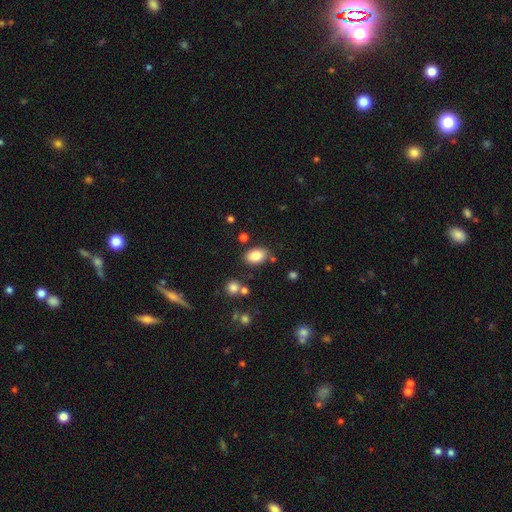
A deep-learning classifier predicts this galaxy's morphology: Smooth or featured? smooth (85%)
How rounded? in between (88%)
Merging? none (80%)